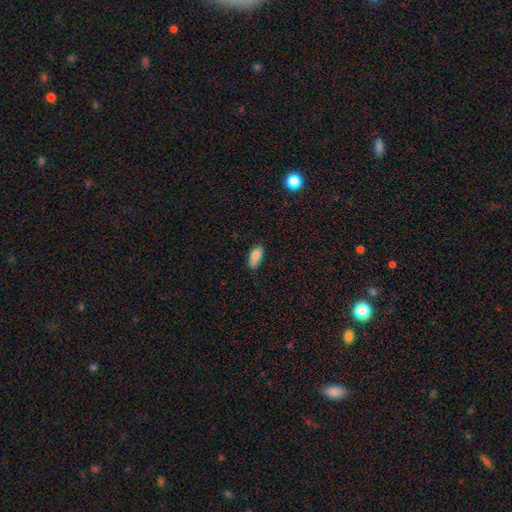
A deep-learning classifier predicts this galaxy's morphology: smooth 84%, featured or disk 9%, star or artifact 7%. Down the decision tree: how rounded — in between (87%); merging — none (78%).